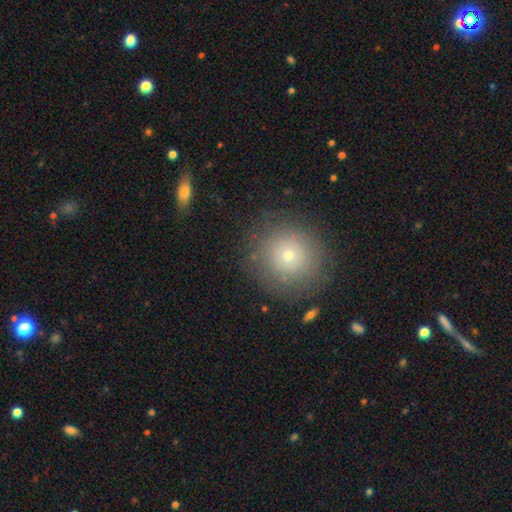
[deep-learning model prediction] The model was most divided on "smooth or featured": smooth: 59%, star or artifact: 25%, featured or disk: 16%. More confident: how rounded — round (93%); merging — none (89%).